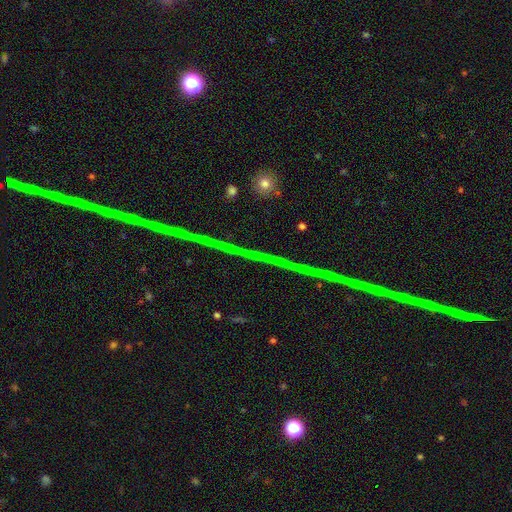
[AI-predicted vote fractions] This is likely a star or artifact rather than a galaxy (76%).